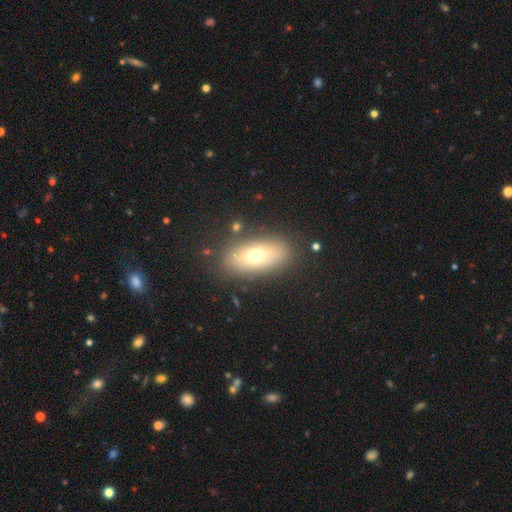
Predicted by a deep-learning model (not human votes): Smooth or featured: smooth — 67% (featured or disk — 24%)
How rounded: in between — 84% (cigar-shaped — 10%)
Merging: none — 84% (minor disturbance — 10%)